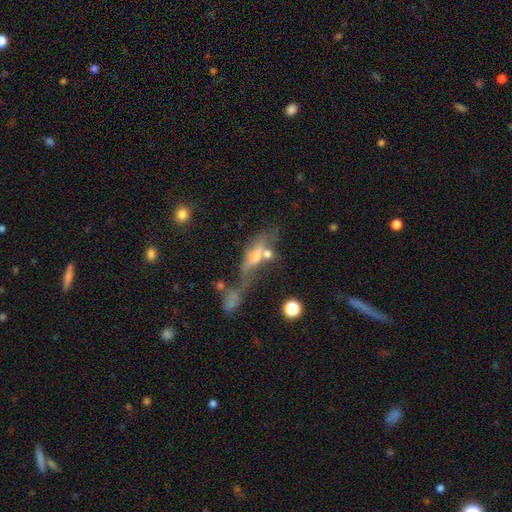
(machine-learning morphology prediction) smooth_or_featured: featured or disk (p=0.47) [alt: smooth p=0.39]
merging: merger (p=0.41) [alt: none p=0.28]